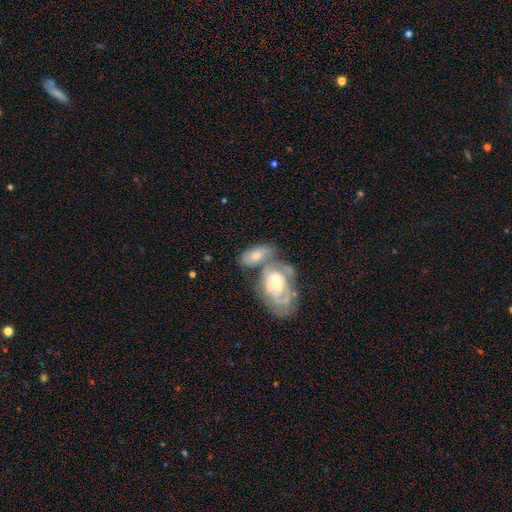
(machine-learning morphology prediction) smooth_or_featured: smooth (p=0.47) [alt: featured or disk p=0.46]
merging: merger (p=0.56) [alt: none p=0.25]